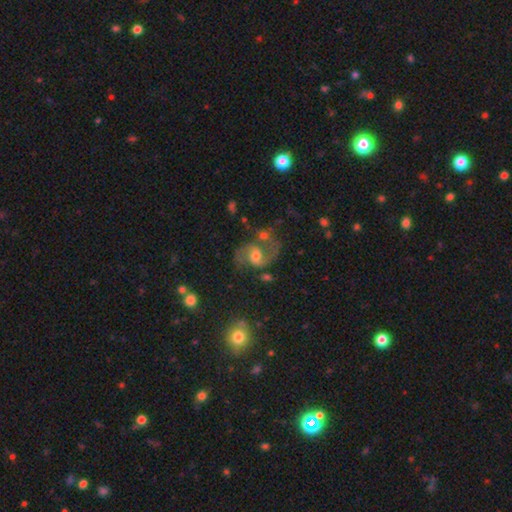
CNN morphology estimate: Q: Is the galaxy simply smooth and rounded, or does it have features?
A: featured or disk — 78%.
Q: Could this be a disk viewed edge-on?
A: no — 98%.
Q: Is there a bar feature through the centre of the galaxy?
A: weak — 46%.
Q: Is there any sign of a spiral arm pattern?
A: yes — 93%.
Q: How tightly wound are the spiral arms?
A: medium — 51%.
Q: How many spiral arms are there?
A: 2 — 89%.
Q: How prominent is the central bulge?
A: moderate — 63%.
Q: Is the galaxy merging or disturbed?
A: none — 51%.